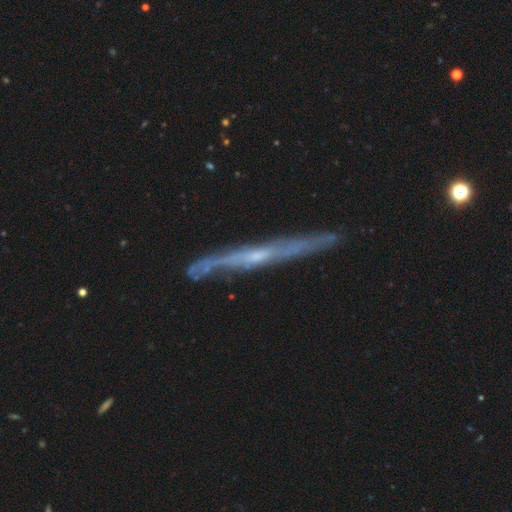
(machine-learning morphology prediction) featured or disk 79%, smooth 13%, star or artifact 8%. Down the decision tree: edge-on disk — yes (90%); edge-on bulge — none (49%); merging — none (80%).